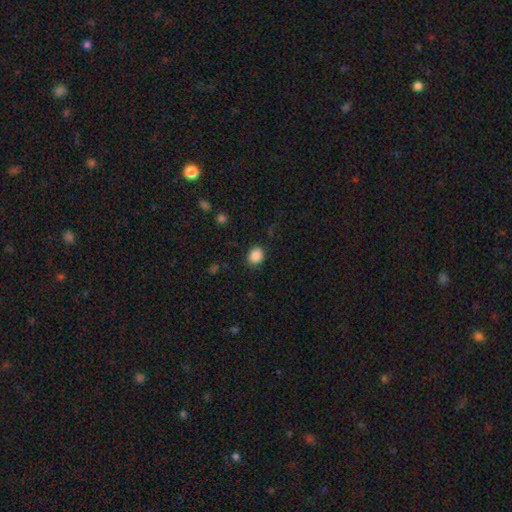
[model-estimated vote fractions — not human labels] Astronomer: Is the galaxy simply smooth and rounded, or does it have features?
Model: smooth — 88%.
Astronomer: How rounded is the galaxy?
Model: round — 56% (runner-up: in between, 44%).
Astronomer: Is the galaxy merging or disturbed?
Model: none — 88%.